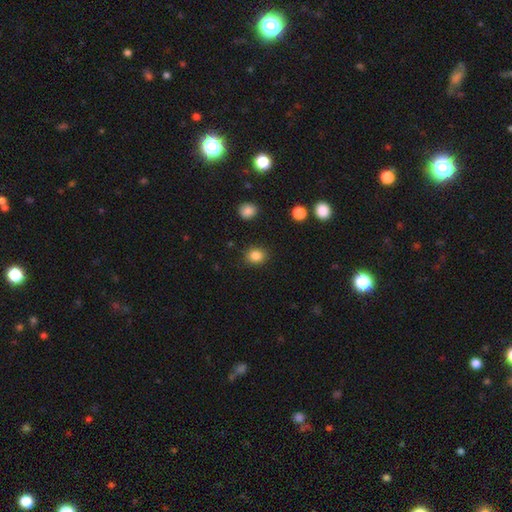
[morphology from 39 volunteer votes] smooth-or-featured: smooth: 87% | star or artifact: 8% | featured or disk: 5%
  how-rounded: round: 76% | in between: 24% | cigar-shaped: 0%
  merging: none: 94% | minor disturbance: 3% | major disturbance: 3% | merger: 0%